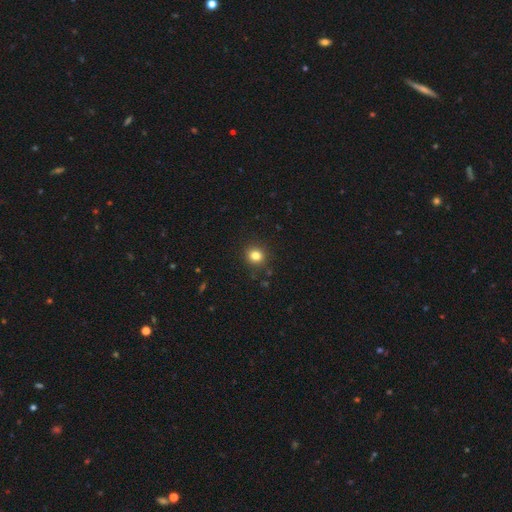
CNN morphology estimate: This is clearly a smooth galaxy (81%). How rounded: clearly round (84%). Merging: clearly none (90%).